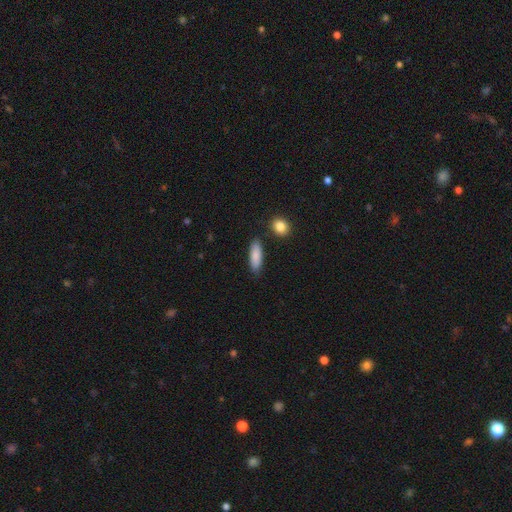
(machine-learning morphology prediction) A smooth galaxy with no disk features (87%) that is in between round and cigar-shaped (56%).

Vote fractions:
- Smooth or featured? smooth: 87% / featured or disk: 7% / star or artifact: 6%
- How rounded? in between: 56% / cigar-shaped: 42% / round: 2%
- Merging? none: 84% / minor disturbance: 10% / merger: 3% / major disturbance: 2%